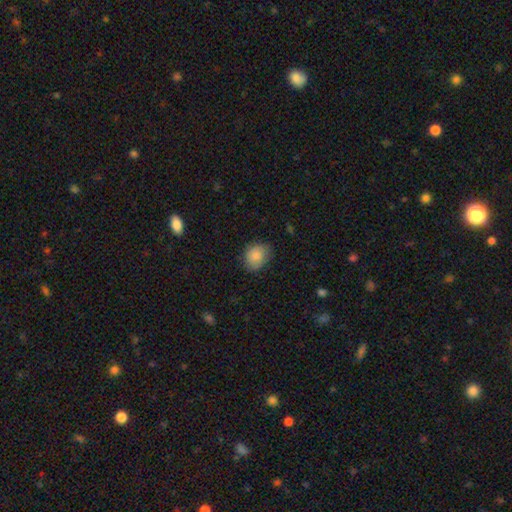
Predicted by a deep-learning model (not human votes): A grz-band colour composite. It shows a smooth galaxy with no disk features (83%) that is round (52%). Merging: none (76%).